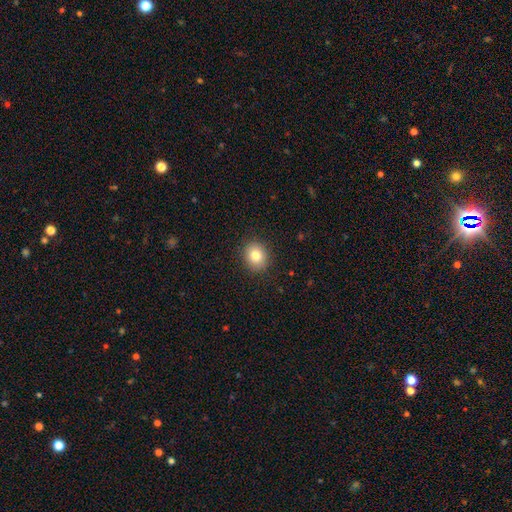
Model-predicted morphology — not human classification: This is clearly a smooth galaxy (81%). How rounded: likely round (73%). Merging: clearly none (90%).